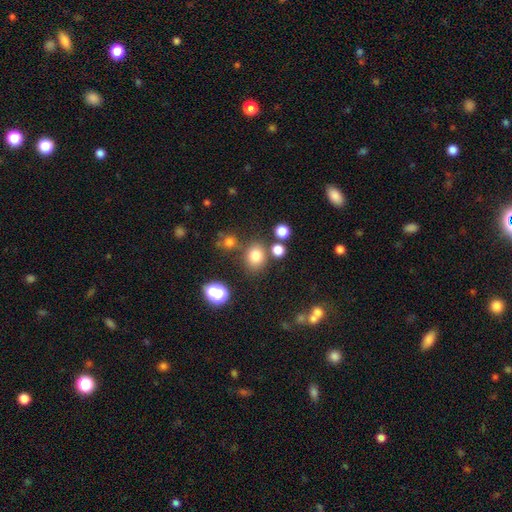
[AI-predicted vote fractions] This appears to be a smooth galaxy with no disk features (76%) that is round (65%). Merging: none (74%).